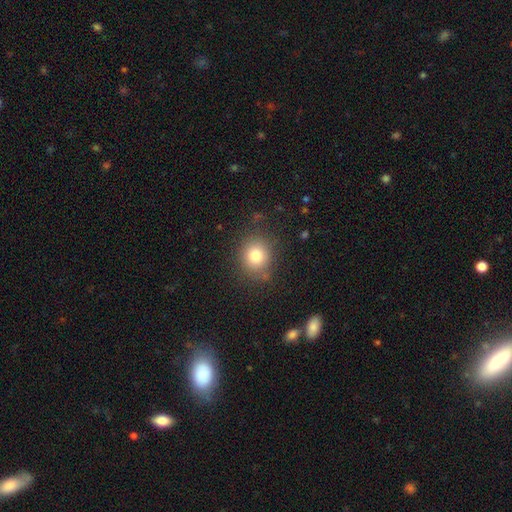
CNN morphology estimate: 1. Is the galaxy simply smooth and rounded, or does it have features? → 80% smooth, 11% star or artifact, 8% featured or disk.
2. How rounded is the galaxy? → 74% round, 25% in between, 1% cigar-shaped.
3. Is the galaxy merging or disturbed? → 81% none, 13% minor disturbance, 4% major disturbance, 2% merger.